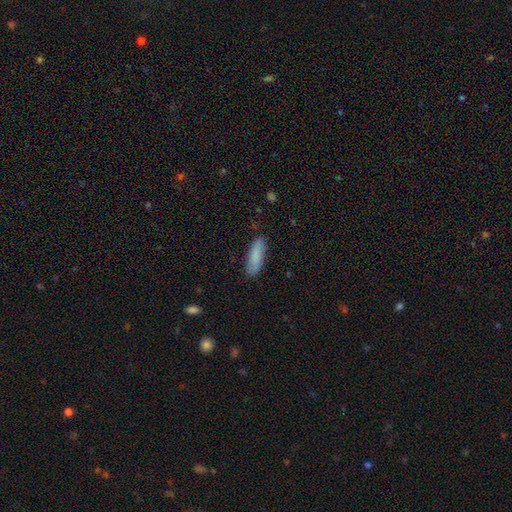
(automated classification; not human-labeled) The model was most divided on "how rounded": cigar-shaped: 52%, in between: 46%, round: 2%. More confident: merging — none (84%); smooth or featured — smooth (84%).